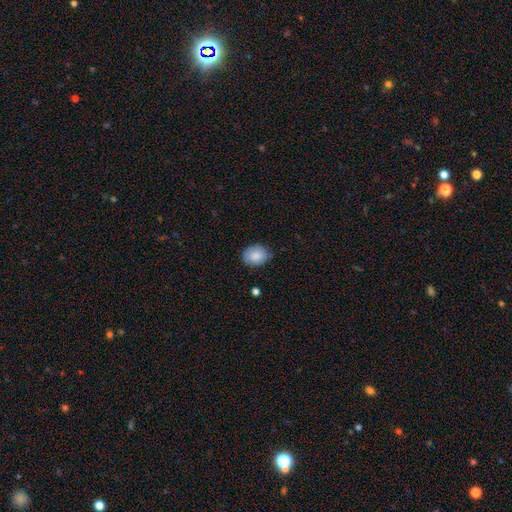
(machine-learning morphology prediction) Smooth or featured? smooth (84%)
How rounded? in between (53%)
Merging? none (75%)